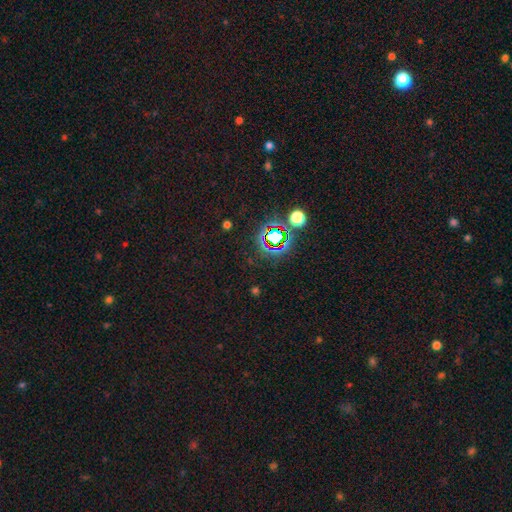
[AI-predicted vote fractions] smooth_or_featured: star or artifact (p=0.69) [alt: smooth p=0.17]